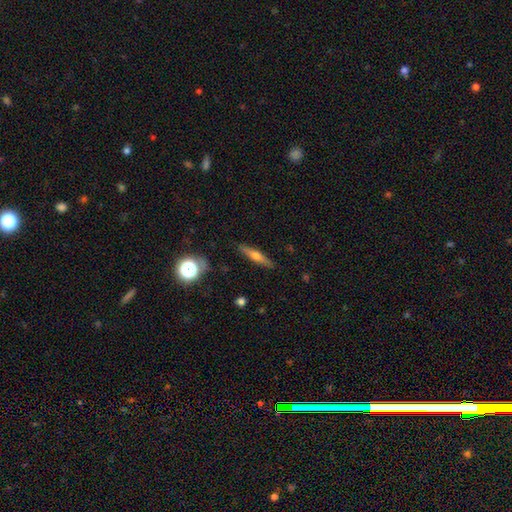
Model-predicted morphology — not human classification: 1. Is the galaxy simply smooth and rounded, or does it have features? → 54% featured or disk, 38% smooth, 8% star or artifact.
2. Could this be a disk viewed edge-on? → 94% yes, 6% no.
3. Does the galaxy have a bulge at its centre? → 90% rounded, 7% none, 4% boxy.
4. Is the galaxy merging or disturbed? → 89% none, 8% minor disturbance, 2% major disturbance, 1% merger.